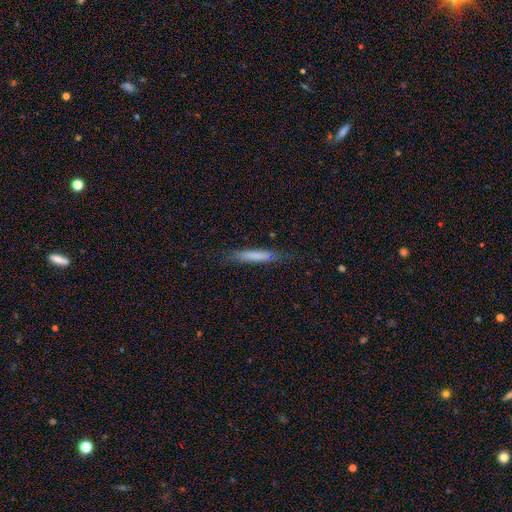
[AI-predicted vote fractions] The model was most divided on "smooth or featured": smooth: 69%, featured or disk: 24%, star or artifact: 7%. More confident: how rounded — cigar-shaped (93%); merging — none (78%).